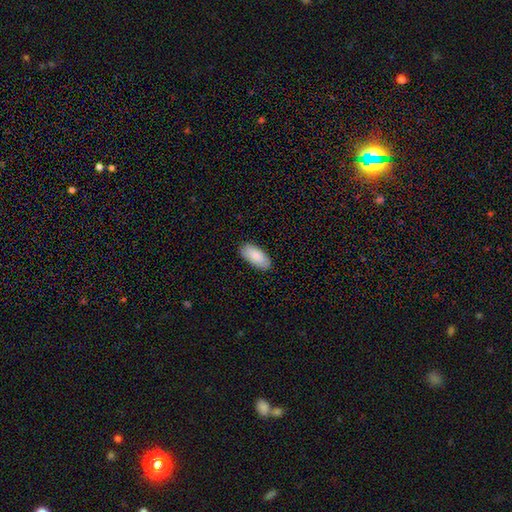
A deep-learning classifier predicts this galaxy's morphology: type=smooth (88%); roundness=in between (91%); merging=none (87%).